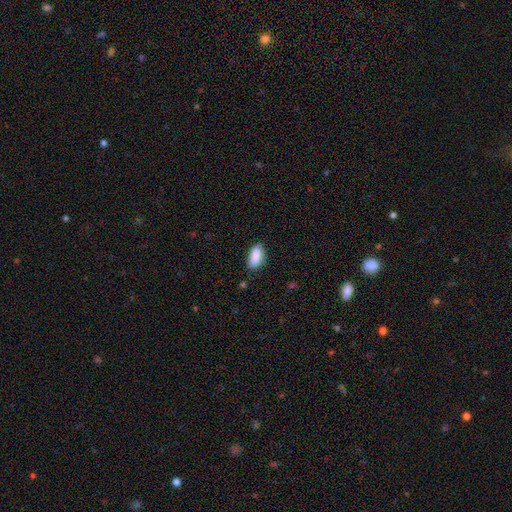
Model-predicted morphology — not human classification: A smooth galaxy with no disk features (84%) that is in between round and cigar-shaped (80%). Merging: none (66%).